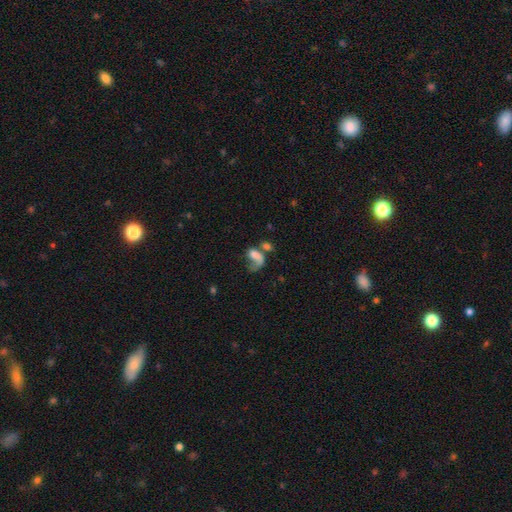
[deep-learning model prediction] This appears to be a smooth galaxy with no disk features (51%) that is in between round and cigar-shaped (78%). Merging: major disturbance (38%).